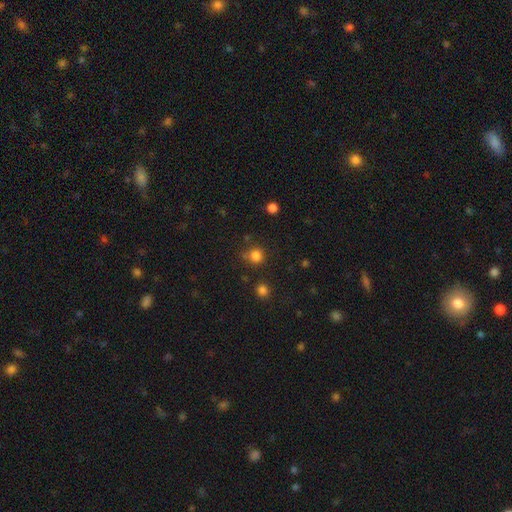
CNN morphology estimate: A smooth galaxy with no disk features (81%) that is round (87%). Merging: none (73%).